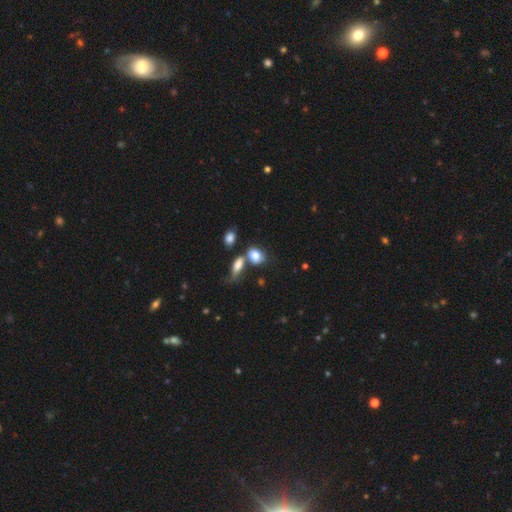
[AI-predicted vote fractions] smooth 79%, featured or disk 11%, star or artifact 9%. Down the decision tree: how rounded — in between (68%); merging — none (39%).